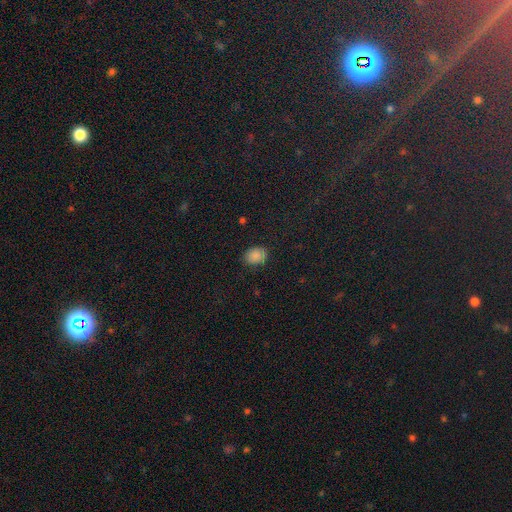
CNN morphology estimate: The model was most divided on "how rounded": in between: 61%, round: 38%, cigar-shaped: 1%. More confident: smooth or featured — smooth (86%); merging — none (84%).